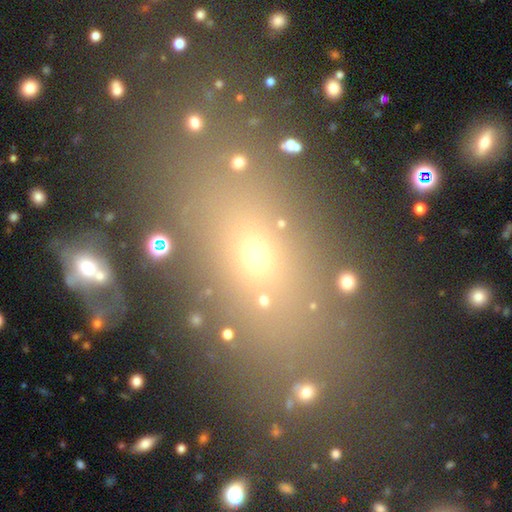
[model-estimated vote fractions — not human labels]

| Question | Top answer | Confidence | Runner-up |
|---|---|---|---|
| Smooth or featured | smooth | 59% | star or artifact (24%) |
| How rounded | in between | 73% | round (16%) |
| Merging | none | 72% | minor disturbance (13%) |